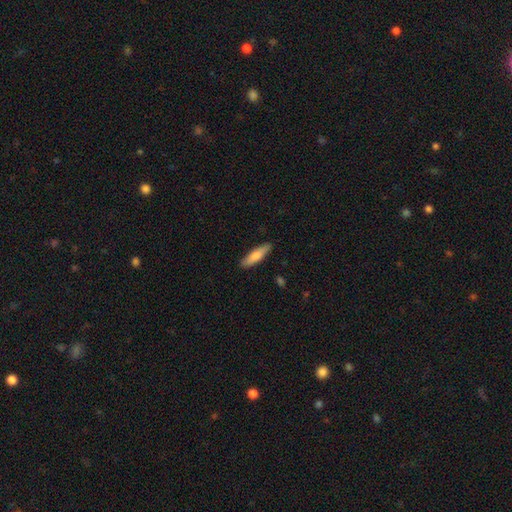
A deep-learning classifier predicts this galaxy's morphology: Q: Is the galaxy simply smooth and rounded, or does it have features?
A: smooth — 77%.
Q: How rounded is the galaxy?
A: cigar-shaped — 70%.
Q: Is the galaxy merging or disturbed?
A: none — 87%.